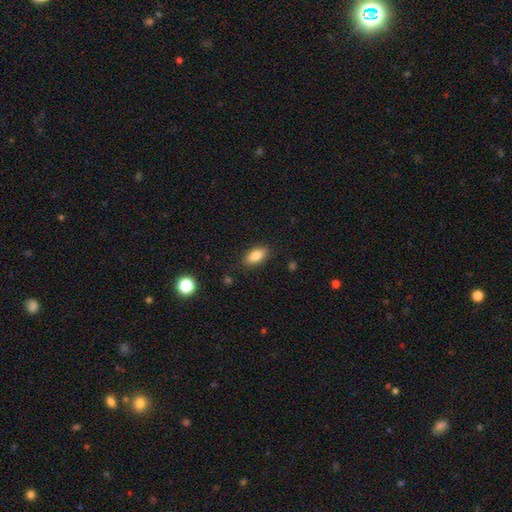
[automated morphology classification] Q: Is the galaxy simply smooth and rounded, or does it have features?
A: smooth — 84%.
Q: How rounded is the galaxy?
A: in between — 88%.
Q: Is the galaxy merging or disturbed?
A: none — 86%.